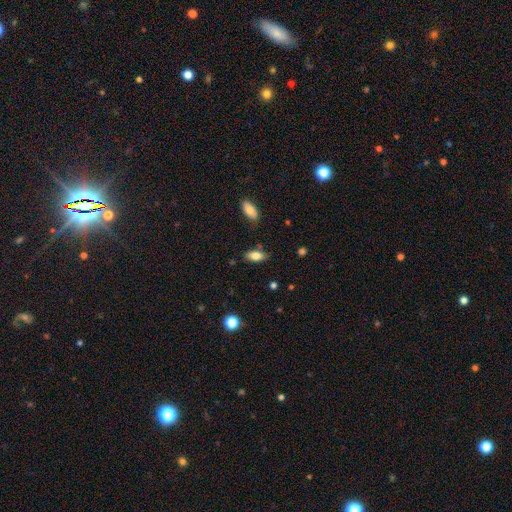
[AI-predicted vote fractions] Smooth or featured?
  - smooth: 80% *
  - featured or disk: 12%
  - star or artifact: 8%
How rounded?
  - in between: 87% *
  - cigar-shaped: 10%
  - round: 3%
Merging?
  - none: 78% *
  - minor disturbance: 15%
  - merger: 3%
  - major disturbance: 3%